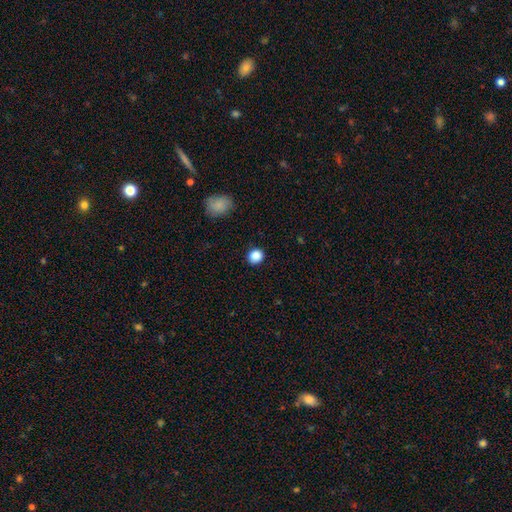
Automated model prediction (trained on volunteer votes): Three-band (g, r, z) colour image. It shows a smooth galaxy with no disk features (87%) that is round (83%). Merging: none (90%).